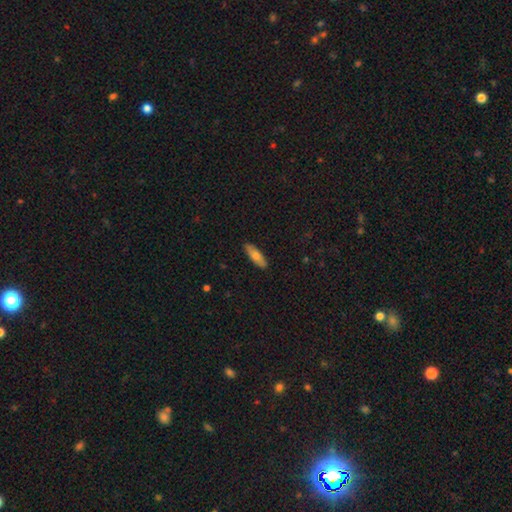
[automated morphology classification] This appears to be a smooth galaxy with no disk features (70%) that is in between round and cigar-shaped (50%). Merging: none (89%).